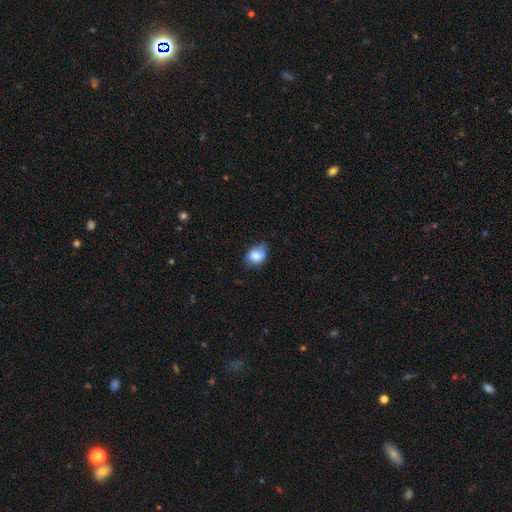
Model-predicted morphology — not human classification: A smooth galaxy with no disk features (76%) that is in between round and cigar-shaped (66%).

Vote fractions:
- Smooth or featured? smooth: 76% / featured or disk: 15% / star or artifact: 9%
- How rounded? in between: 66% / round: 33% / cigar-shaped: 1%
- Merging? none: 45% / minor disturbance: 39% / major disturbance: 13% / merger: 3%